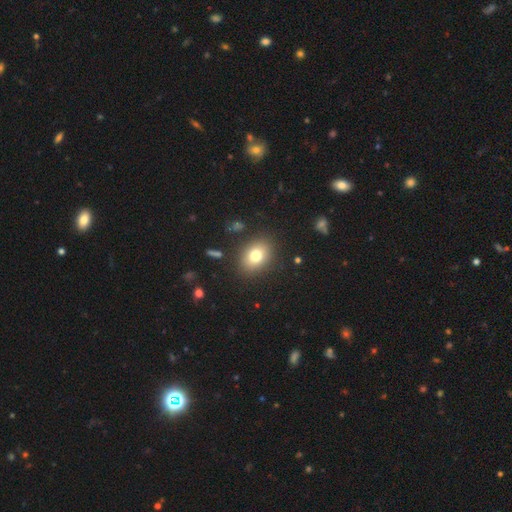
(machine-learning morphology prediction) Q: Smooth or featured?
A: smooth (77%); runner-up: featured or disk (12%)
Q: How rounded?
A: in between (65%); runner-up: round (34%)
Q: Merging?
A: none (87%); runner-up: minor disturbance (8%)